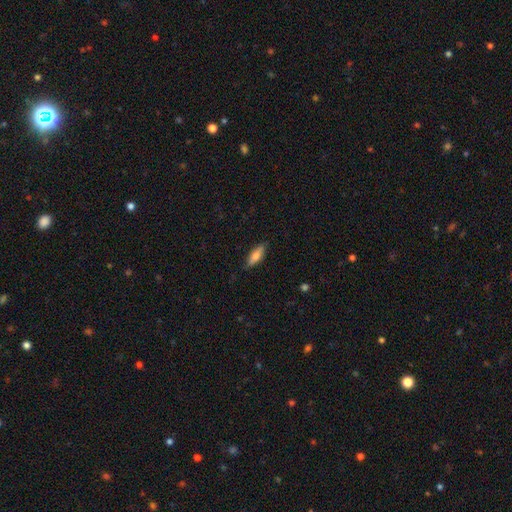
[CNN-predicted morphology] type=smooth (70%); roundness=in between (52%); merging=none (84%).